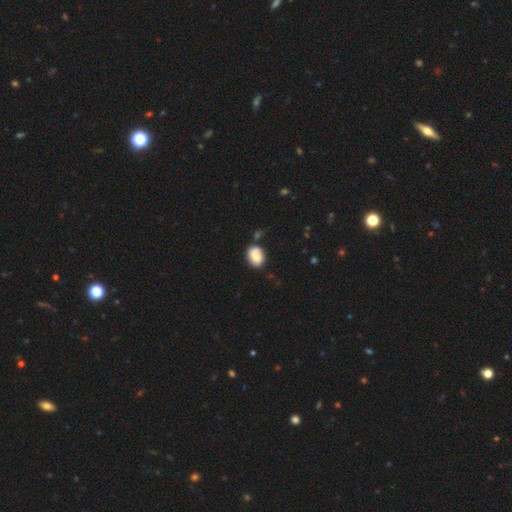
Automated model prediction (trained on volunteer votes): This appears to be a smooth galaxy with no disk features (80%) that is in between round and cigar-shaped (73%). Merging: none (67%).